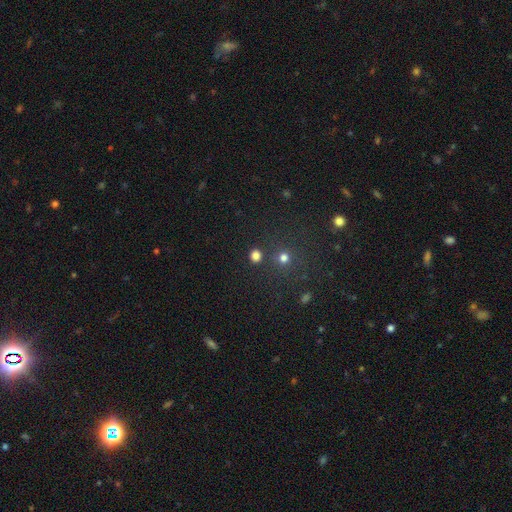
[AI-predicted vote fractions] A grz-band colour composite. It shows a smooth galaxy with no disk features (79%) that is round (82%). Merging: none (82%).